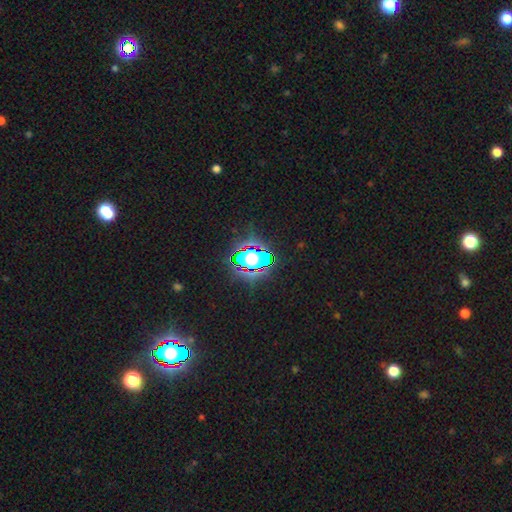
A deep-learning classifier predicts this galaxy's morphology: smooth-or-featured: star or artifact: 82% | smooth: 12% | featured or disk: 7%